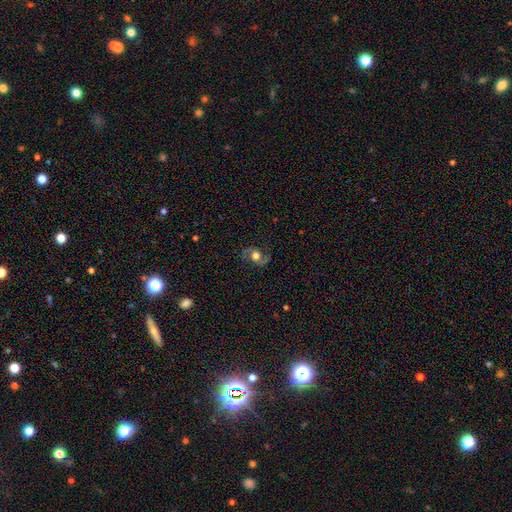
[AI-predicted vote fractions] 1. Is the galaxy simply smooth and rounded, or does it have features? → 69% featured or disk, 22% smooth, 8% star or artifact.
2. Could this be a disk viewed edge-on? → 96% no, 4% yes.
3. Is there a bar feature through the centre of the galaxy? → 70% no, 24% weak, 6% strong.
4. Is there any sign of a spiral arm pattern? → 90% yes, 10% no.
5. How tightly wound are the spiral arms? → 46% medium, 41% loose, 12% tight.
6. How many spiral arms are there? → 91% 2, 3% 1, 3% can't tell, 1% 3, 1% 4, 1% more than 4.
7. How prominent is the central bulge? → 48% large, 38% moderate, 8% dominant, 4% small, 2% none.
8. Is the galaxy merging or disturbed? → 77% none, 14% minor disturbance, 8% major disturbance, 1% merger.